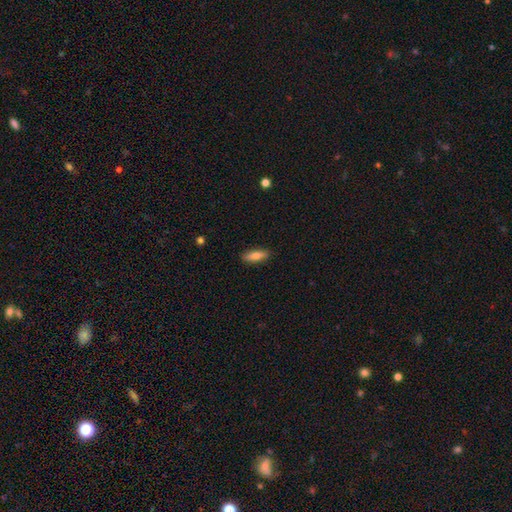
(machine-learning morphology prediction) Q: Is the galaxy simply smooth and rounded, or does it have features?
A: smooth — 74%.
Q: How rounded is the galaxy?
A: in between — 49%.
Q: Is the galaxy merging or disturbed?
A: none — 89%.